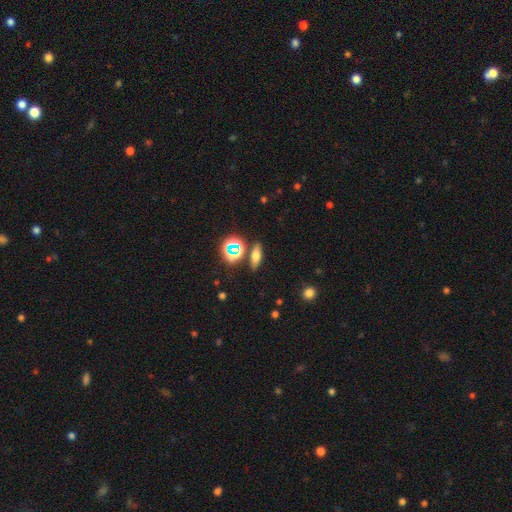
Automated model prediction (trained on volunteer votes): smooth-or-featured: smooth: 57% | featured or disk: 22% | star or artifact: 21%
  how-rounded: in between: 51% | cigar-shaped: 36% | round: 13%
  merging: none: 82% | minor disturbance: 9% | merger: 6% | major disturbance: 3%